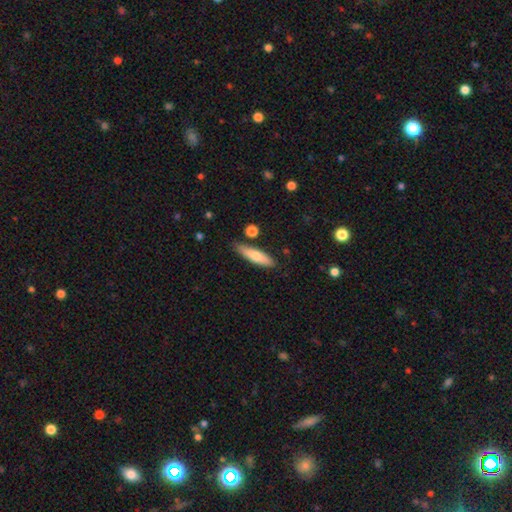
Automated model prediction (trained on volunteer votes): Q: Smooth or featured?
A: smooth (68%); runner-up: featured or disk (26%)
Q: How rounded?
A: cigar-shaped (72%); runner-up: in between (26%)
Q: Merging?
A: none (82%); runner-up: minor disturbance (12%)